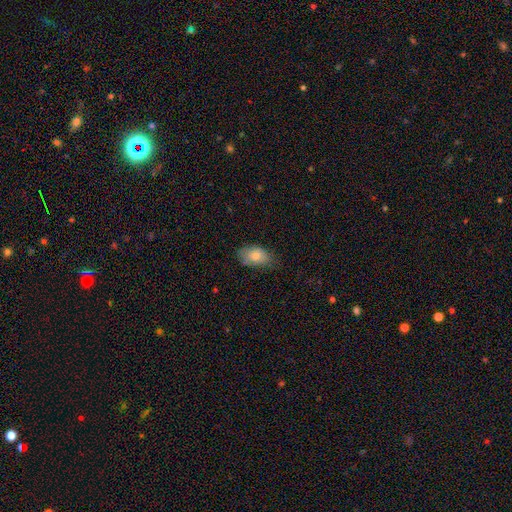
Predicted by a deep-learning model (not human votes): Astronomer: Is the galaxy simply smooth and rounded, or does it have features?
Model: smooth — 79%.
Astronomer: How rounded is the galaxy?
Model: in between — 89%.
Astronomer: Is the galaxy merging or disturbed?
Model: none — 65%.